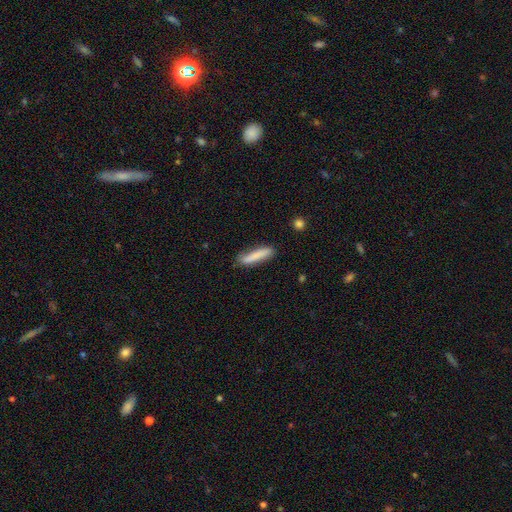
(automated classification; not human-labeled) Smooth or featured?
  - smooth: 82% *
  - featured or disk: 12%
  - star or artifact: 6%
How rounded?
  - cigar-shaped: 86% *
  - in between: 13%
  - round: 1%
Merging?
  - none: 80% *
  - minor disturbance: 15%
  - major disturbance: 3%
  - merger: 2%